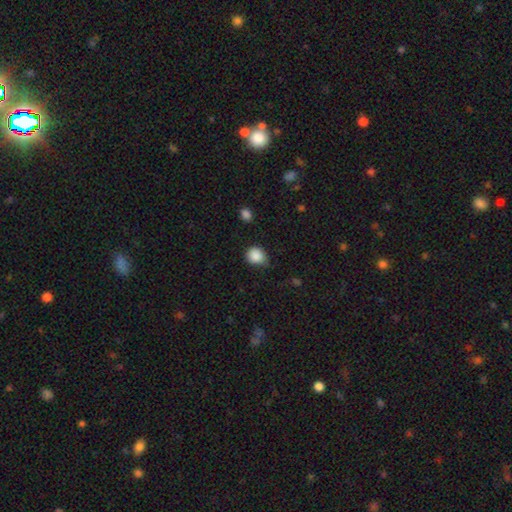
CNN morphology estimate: smooth-or-featured: smooth: 87% | star or artifact: 9% | featured or disk: 4%
  how-rounded: round: 72% | in between: 27% | cigar-shaped: 1%
  merging: none: 61% | minor disturbance: 31% | major disturbance: 6% | merger: 2%